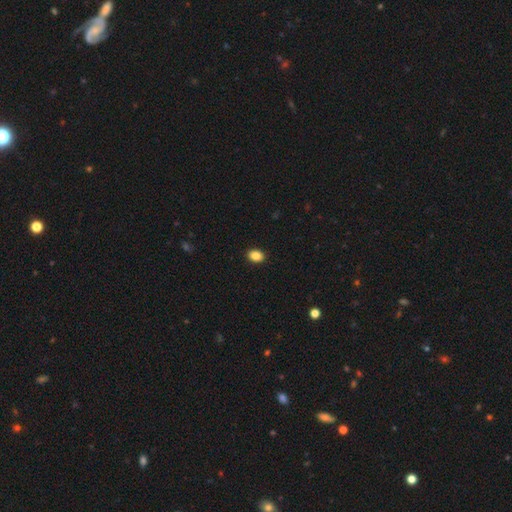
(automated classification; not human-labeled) smooth 87%, star or artifact 9%, featured or disk 4%. Down the decision tree: how rounded — in between (71%); merging — none (91%).